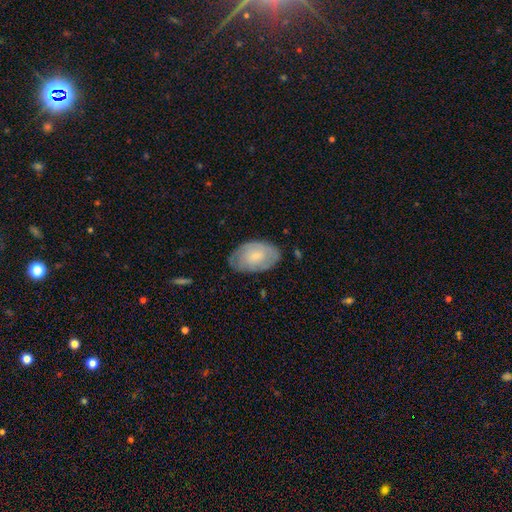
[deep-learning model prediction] Morphology: type=smooth (56%); roundness=in between (91%); merging=none (74%).